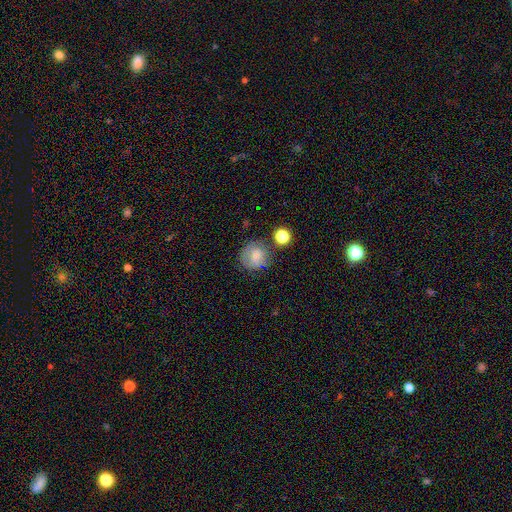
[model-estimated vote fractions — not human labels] This appears to be a smooth galaxy with no disk features (72%) that is round (82%). Merging: none (62%).